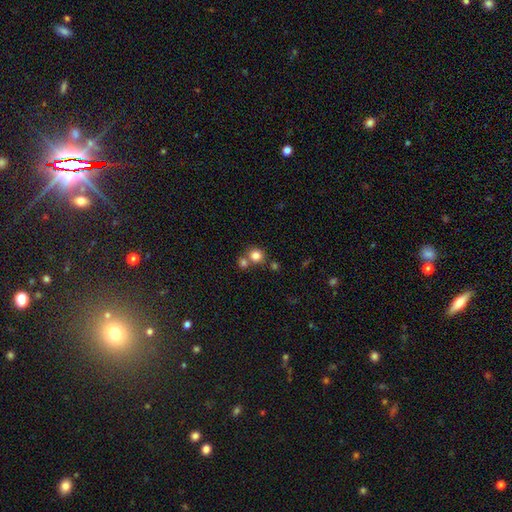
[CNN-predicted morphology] Q: Smooth or featured?
A: smooth (81%); runner-up: star or artifact (11%)
Q: How rounded?
A: round (87%); runner-up: in between (12%)
Q: Merging?
A: none (57%); runner-up: merger (32%)